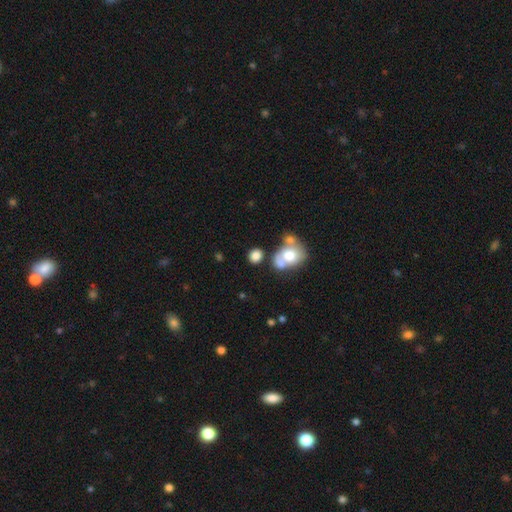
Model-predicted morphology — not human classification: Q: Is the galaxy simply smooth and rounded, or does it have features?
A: smooth — 77%.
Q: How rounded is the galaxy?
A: round — 64%.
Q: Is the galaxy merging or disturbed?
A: none — 51%.